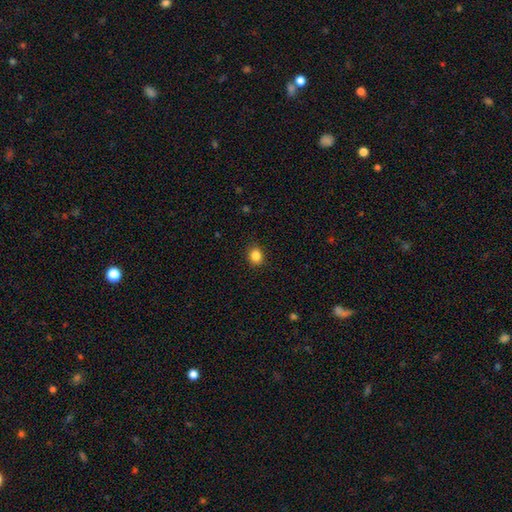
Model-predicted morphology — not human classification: Overall: smooth (85%). How rounded: round (67%; in between 32%). Merging: none (89%).